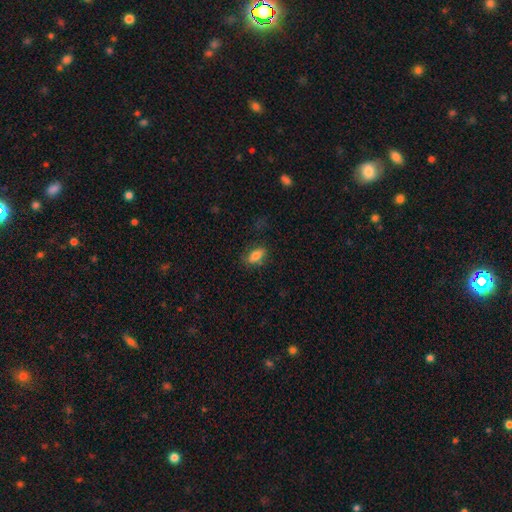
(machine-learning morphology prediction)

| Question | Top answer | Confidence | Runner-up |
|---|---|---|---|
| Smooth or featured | smooth | 80% | featured or disk (11%) |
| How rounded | in between | 86% | cigar-shaped (8%) |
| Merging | none | 76% | minor disturbance (17%) |